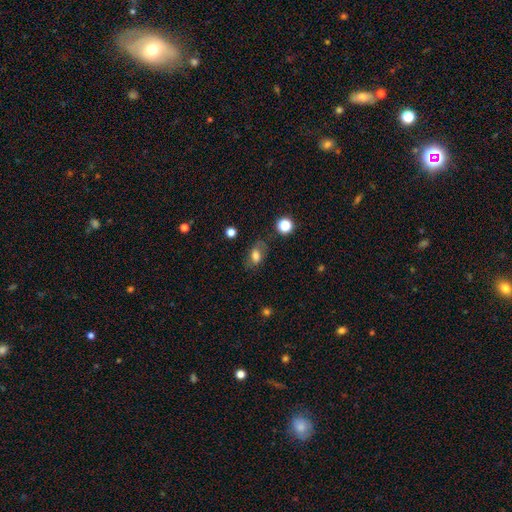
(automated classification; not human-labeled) smooth_or_featured: smooth (p=0.69) [alt: featured or disk p=0.19]
how_rounded: in between (p=0.84) [alt: round p=0.13]
merging: none (p=0.66) [alt: minor disturbance p=0.22]